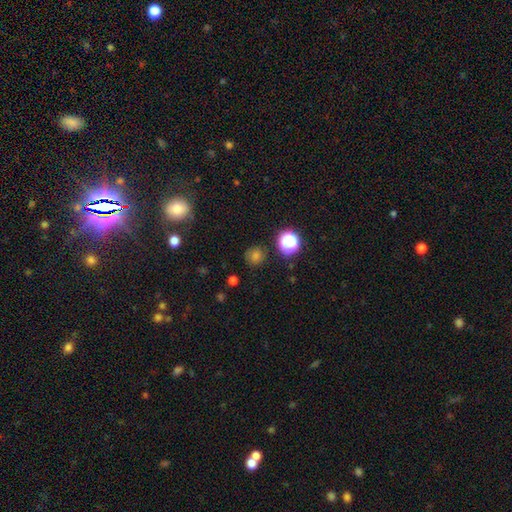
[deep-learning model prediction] Smooth or featured?
  - smooth: 63% *
  - star or artifact: 31%
  - featured or disk: 6%
How rounded?
  - round: 91% *
  - in between: 8%
  - cigar-shaped: 1%
Merging?
  - none: 86% *
  - minor disturbance: 8%
  - major disturbance: 3%
  - merger: 3%